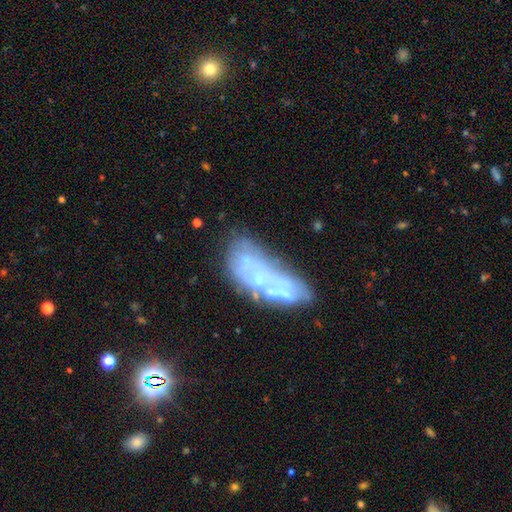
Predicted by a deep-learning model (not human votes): smooth-or-featured: featured or disk: 58% | smooth: 24% | star or artifact: 17%
  disk-edge-on: no: 89% | yes: 11%
    bar: no: 84% | weak: 11% | strong: 5%
    has-spiral-arms: no: 72% | yes: 28%
    bulge-size: small: 47% | none: 33% | moderate: 16% | large: 2% | dominant: 2%
  merging: none: 36% | merger: 29% | minor disturbance: 18% | major disturbance: 17%